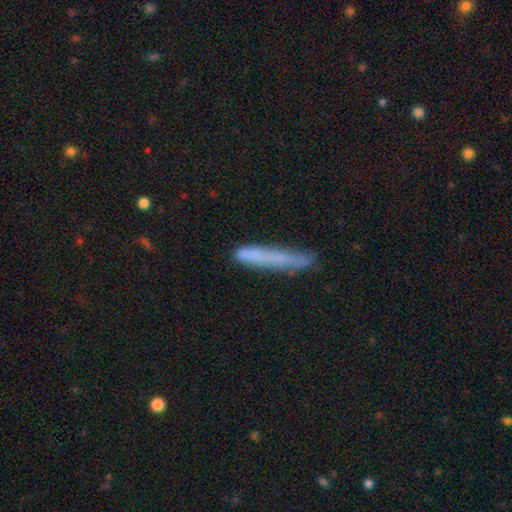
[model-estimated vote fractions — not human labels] Morphology: type=smooth (68%); roundness=cigar-shaped (94%); merging=none (66%).